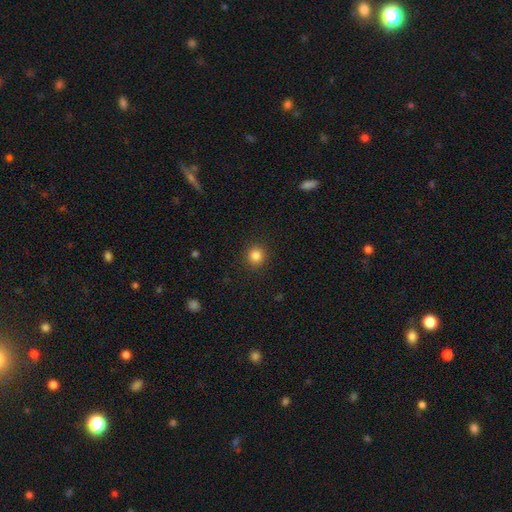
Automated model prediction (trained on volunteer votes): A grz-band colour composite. It shows a smooth galaxy with no disk features (84%) that is round (92%). Merging: none (92%).